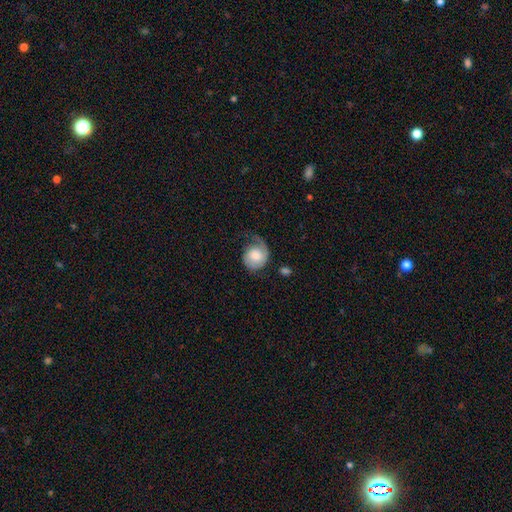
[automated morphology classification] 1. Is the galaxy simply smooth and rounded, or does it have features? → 52% smooth, 42% featured or disk, 6% star or artifact.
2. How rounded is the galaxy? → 72% round, 27% in between, 1% cigar-shaped.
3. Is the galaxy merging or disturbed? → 38% none, 30% major disturbance, 29% minor disturbance, 3% merger.